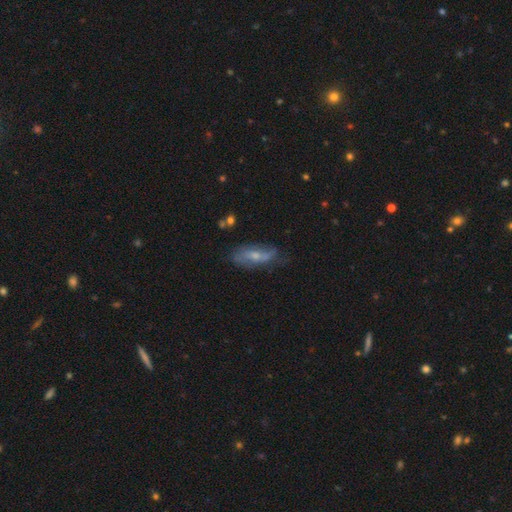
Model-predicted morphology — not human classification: Overall: featured or disk (54%; smooth 38%). Edge-on disk: no (80%). Merging: none (61%; minor disturbance 27%).